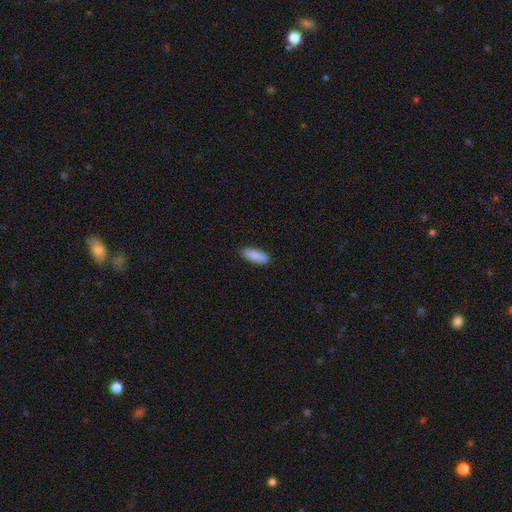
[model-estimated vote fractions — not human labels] smooth_or_featured: smooth (p=0.90) [alt: star or artifact p=0.06]
how_rounded: in between (p=0.57) [alt: cigar-shaped p=0.41]
merging: none (p=0.89) [alt: minor disturbance p=0.08]